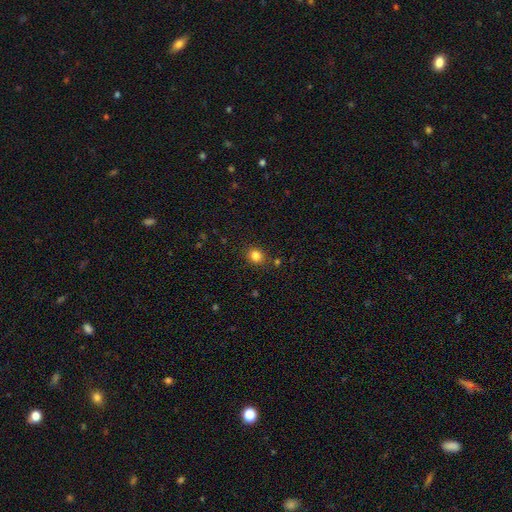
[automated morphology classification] Q: Smooth or featured?
A: smooth (82%); runner-up: star or artifact (13%)
Q: How rounded?
A: round (72%); runner-up: in between (27%)
Q: Merging?
A: none (85%); runner-up: minor disturbance (9%)